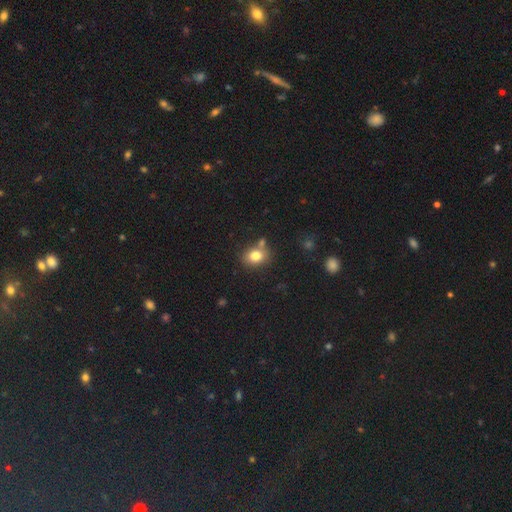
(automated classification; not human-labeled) Overall: smooth (79%). How rounded: round (51%; in between 48%). Merging: none (69%).